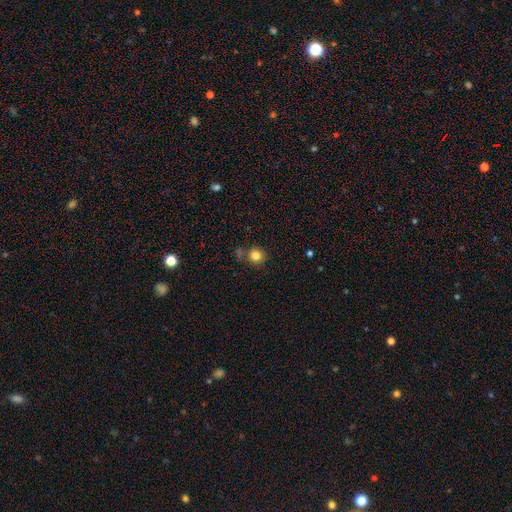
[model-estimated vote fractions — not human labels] smooth 82%, star or artifact 12%, featured or disk 6%. Down the decision tree: how rounded — round (91%); merging — none (78%).